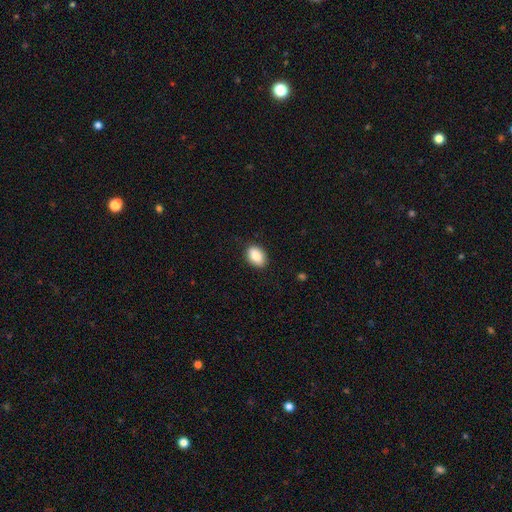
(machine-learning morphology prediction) This appears to be a smooth galaxy with no disk features (89%) that is in between round and cigar-shaped (87%). Merging: none (88%).